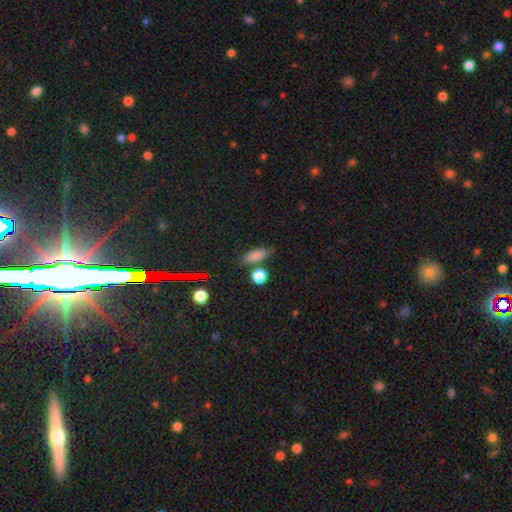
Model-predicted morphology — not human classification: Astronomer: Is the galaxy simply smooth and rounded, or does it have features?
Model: smooth — 76%.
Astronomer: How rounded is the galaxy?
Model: in between — 64%.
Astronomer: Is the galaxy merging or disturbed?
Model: none — 69%.